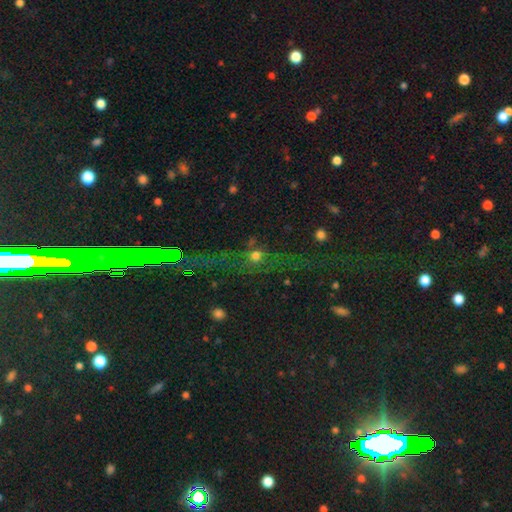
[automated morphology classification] smooth 45%, star or artifact 30%, featured or disk 25%. Down the decision tree: merging — none (55%).